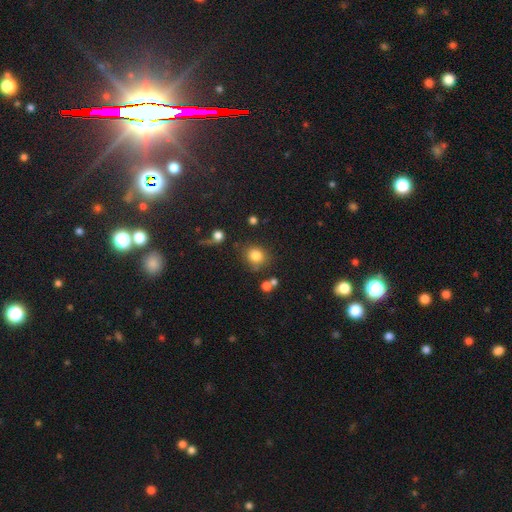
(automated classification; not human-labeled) Overall: smooth (81%). How rounded: round (76%). Merging: none (75%).